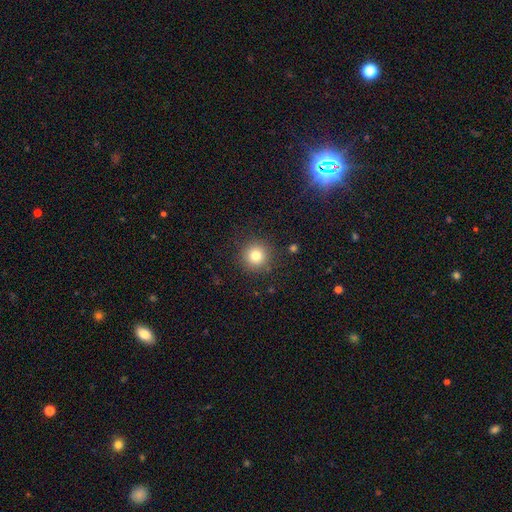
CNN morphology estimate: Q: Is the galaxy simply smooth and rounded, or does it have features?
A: smooth — 80%.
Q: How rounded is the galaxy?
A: round — 95%.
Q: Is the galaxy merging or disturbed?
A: none — 89%.